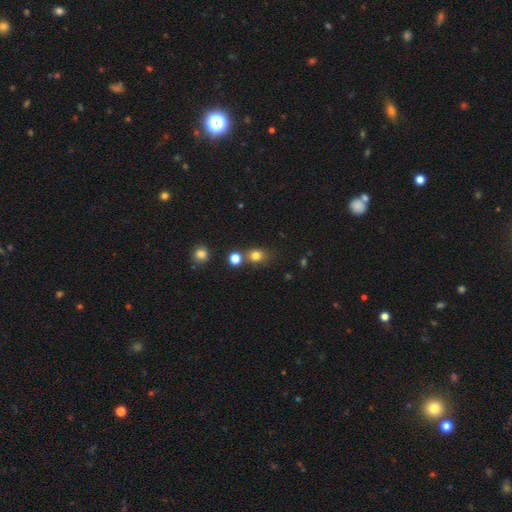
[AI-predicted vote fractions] smooth 77%, star or artifact 16%, featured or disk 7%. Down the decision tree: how rounded — round (70%); merging — none (66%).